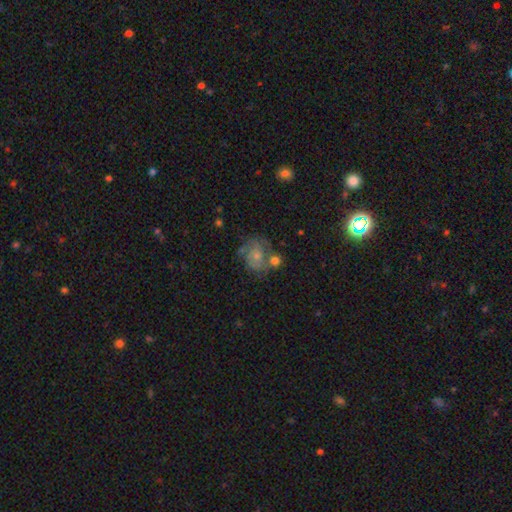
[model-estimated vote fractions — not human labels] Q: Smooth or featured?
A: featured or disk (56%); runner-up: smooth (34%)
Q: Edge-on disk?
A: no (98%); runner-up: yes (2%)
Q: Bar?
A: no (79%); runner-up: weak (18%)
Q: Spiral arms?
A: yes (77%); runner-up: no (23%)
Q: Bulge size?
A: small (55%); runner-up: moderate (34%)
Q: Merging?
A: none (44%); runner-up: merger (21%)